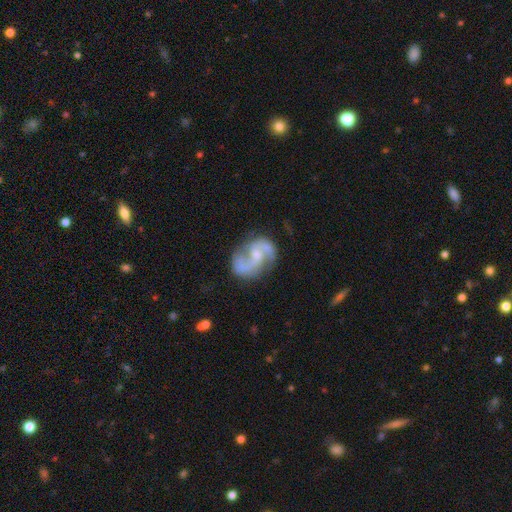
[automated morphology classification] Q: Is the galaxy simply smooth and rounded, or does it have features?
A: featured or disk — 87%.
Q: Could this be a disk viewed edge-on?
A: no — 98%.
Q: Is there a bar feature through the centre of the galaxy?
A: no — 46%.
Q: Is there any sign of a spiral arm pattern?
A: yes — 96%.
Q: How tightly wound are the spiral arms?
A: medium — 48%.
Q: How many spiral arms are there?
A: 2 — 91%.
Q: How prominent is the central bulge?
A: small — 50%.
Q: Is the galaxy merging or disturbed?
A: none — 67%.